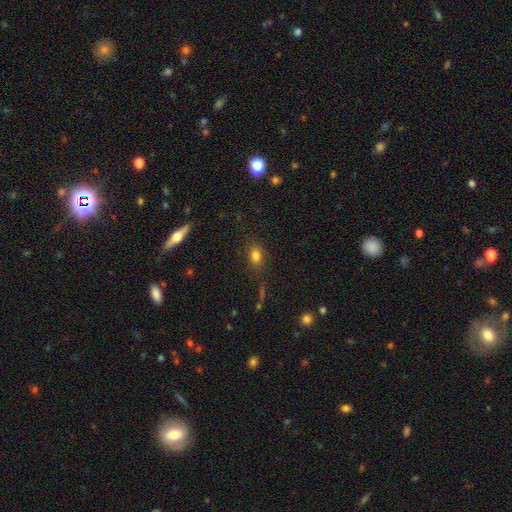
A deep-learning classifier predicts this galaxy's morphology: Smooth or featured?
  - smooth: 79% *
  - star or artifact: 13%
  - featured or disk: 8%
How rounded?
  - in between: 76% *
  - round: 20%
  - cigar-shaped: 4%
Merging?
  - none: 79% *
  - minor disturbance: 13%
  - major disturbance: 5%
  - merger: 3%